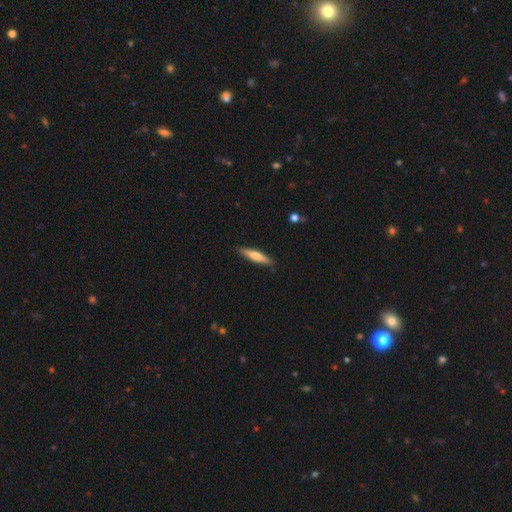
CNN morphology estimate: Q: Smooth or featured?
A: smooth (55%); runner-up: featured or disk (40%)
Q: How rounded?
A: cigar-shaped (84%); runner-up: in between (14%)
Q: Merging?
A: none (89%); runner-up: minor disturbance (8%)